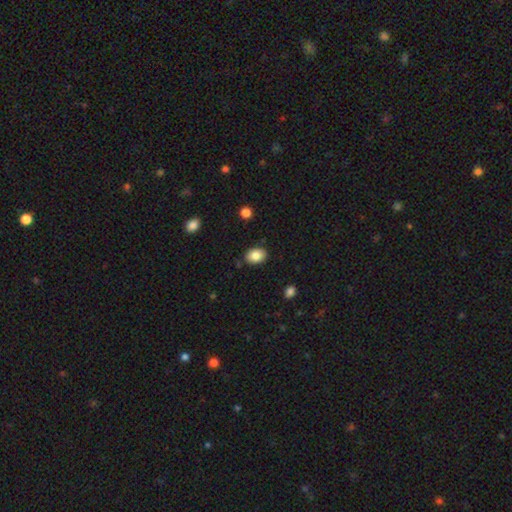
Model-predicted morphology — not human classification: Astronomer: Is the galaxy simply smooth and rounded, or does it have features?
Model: smooth — 85%.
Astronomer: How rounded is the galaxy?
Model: in between — 77%.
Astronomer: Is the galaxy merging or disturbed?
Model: none — 86%.